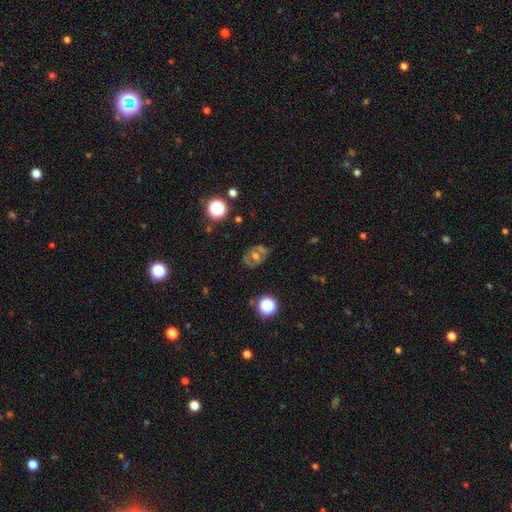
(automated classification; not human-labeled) This appears to be a featured or disk galaxy (51%). Merging: none (74%).